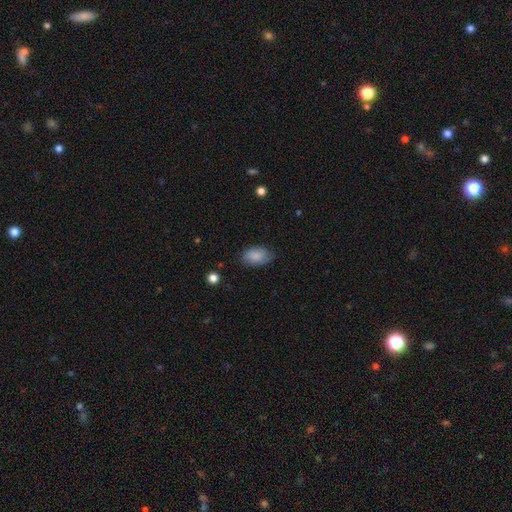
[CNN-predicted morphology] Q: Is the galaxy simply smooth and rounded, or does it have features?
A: smooth — 86%.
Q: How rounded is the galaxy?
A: in between — 90%.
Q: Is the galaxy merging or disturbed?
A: none — 77%.